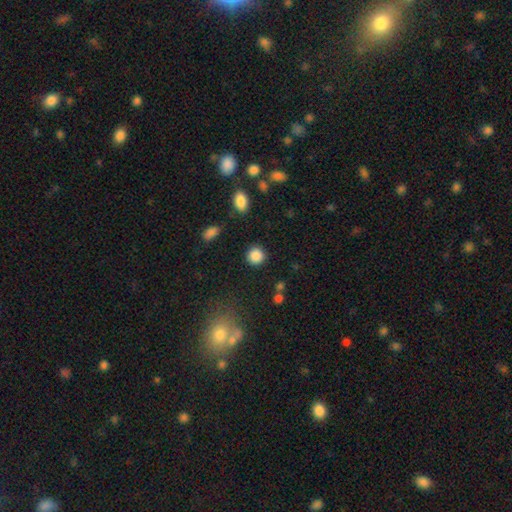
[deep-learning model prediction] The model was most divided on "smooth or featured": smooth: 86%, star or artifact: 10%, featured or disk: 4%. More confident: how rounded — round (91%); merging — none (89%).